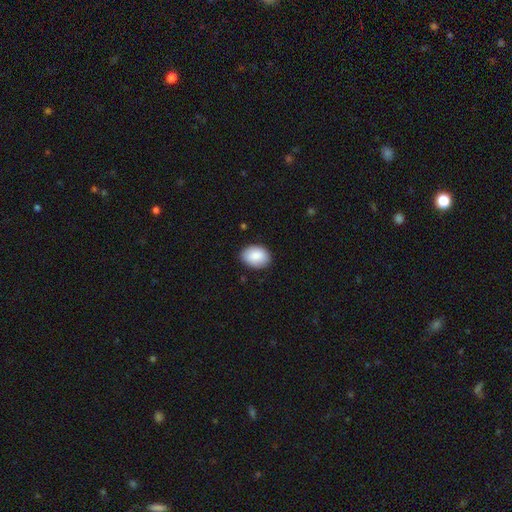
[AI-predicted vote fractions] This is clearly a smooth galaxy (88%). How rounded: likely in between (73%). Merging: clearly none (86%).